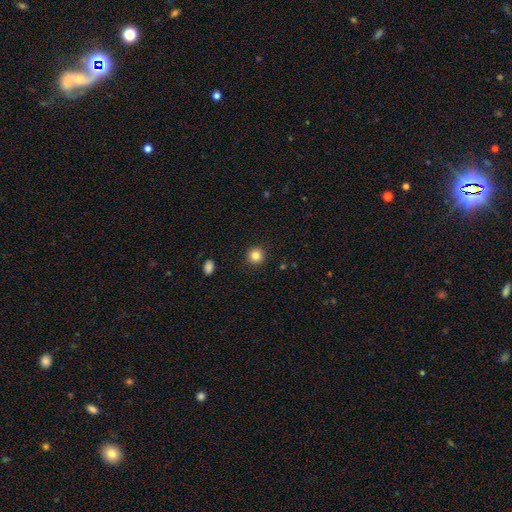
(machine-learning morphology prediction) type=smooth (83%); roundness=round (94%); merging=none (92%).